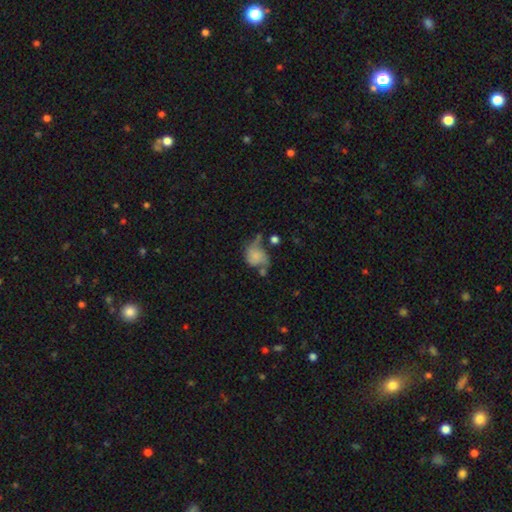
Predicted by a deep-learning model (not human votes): smooth_or_featured: smooth (p=0.60) [alt: featured or disk p=0.30]
how_rounded: in between (p=0.50) [alt: round p=0.48]
merging: none (p=0.28) [tied with: major disturbance p=0.28, minor disturbance p=0.28]